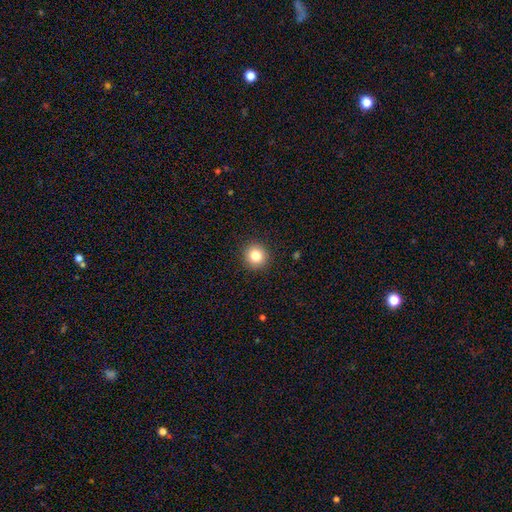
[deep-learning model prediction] Smooth or featured: smooth — 82% (star or artifact — 11%)
How rounded: round — 91% (in between — 8%)
Merging: none — 92% (minor disturbance — 6%)